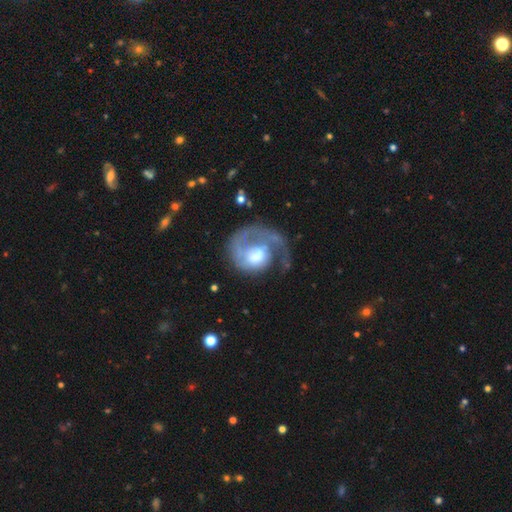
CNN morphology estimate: featured or disk 75%, smooth 20%, star or artifact 6%. Down the decision tree: edge-on disk — no (98%); bar — no (68%); spiral arms — yes (84%); spiral arm count — 1 (78%); spiral winding — tight (37%); bulge size — large (42%); merging — major disturbance (42%).